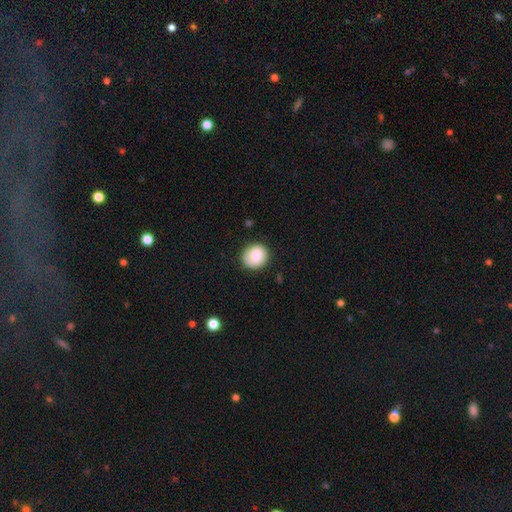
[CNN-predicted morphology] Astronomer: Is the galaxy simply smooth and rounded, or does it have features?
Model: smooth — 67%.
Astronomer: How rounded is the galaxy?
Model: round — 84%.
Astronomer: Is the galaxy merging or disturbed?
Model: none — 81%.